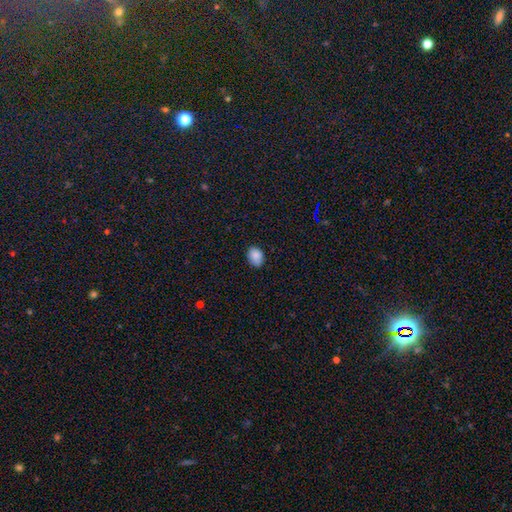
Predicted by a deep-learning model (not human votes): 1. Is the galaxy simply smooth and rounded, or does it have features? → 88% smooth, 9% star or artifact, 4% featured or disk.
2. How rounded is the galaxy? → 73% in between, 26% round, 1% cigar-shaped.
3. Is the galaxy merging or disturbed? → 80% none, 16% minor disturbance, 3% major disturbance, 1% merger.